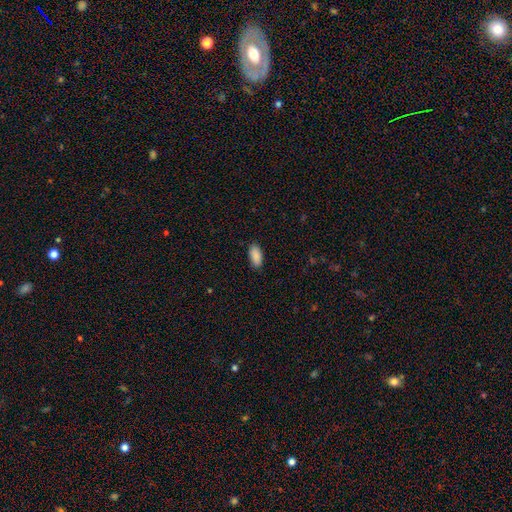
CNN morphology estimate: This is clearly a smooth galaxy (90%). How rounded: clearly in between (90%). Merging: clearly none (88%).